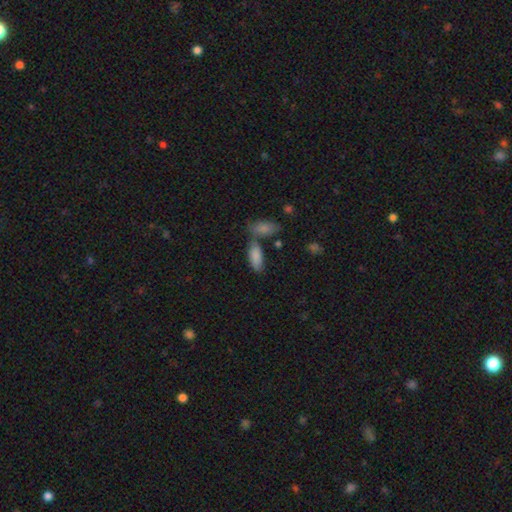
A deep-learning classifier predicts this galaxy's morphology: This appears to be a smooth galaxy with no disk features (85%) that is in between round and cigar-shaped (88%). Merging: none (52%).